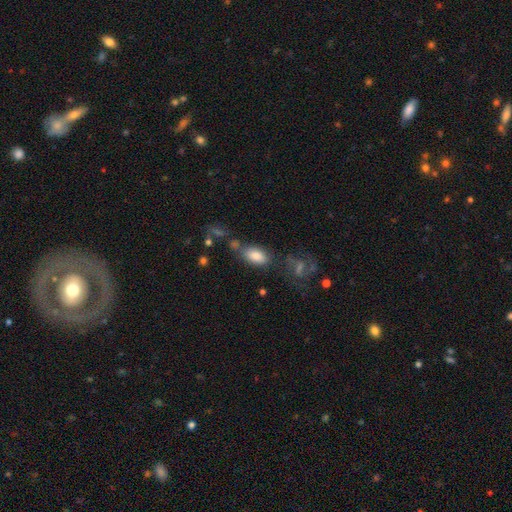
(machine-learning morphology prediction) This is clearly a smooth galaxy (82%). How rounded: clearly in between (91%). Merging: likely none (60%).